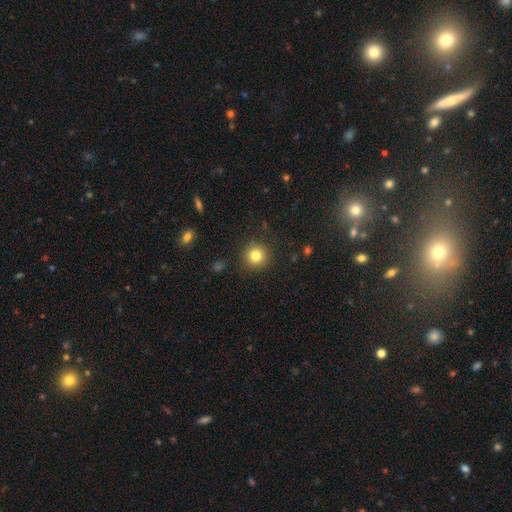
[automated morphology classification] Smooth or featured?
  - smooth: 81% *
  - star or artifact: 12%
  - featured or disk: 7%
How rounded?
  - round: 94% *
  - in between: 5%
  - cigar-shaped: 1%
Merging?
  - none: 90% *
  - minor disturbance: 6%
  - major disturbance: 2%
  - merger: 1%